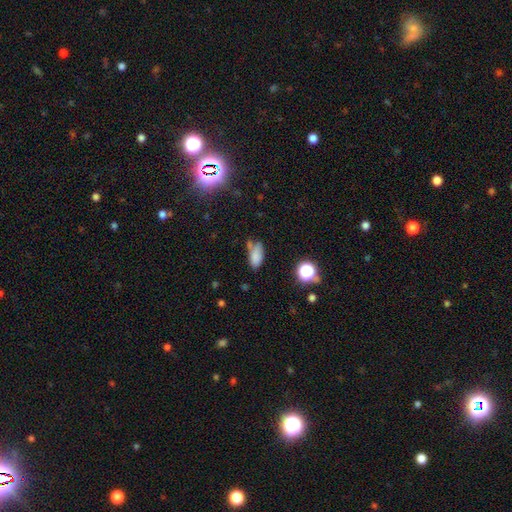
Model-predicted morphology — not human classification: type=smooth (78%); roundness=in between (87%); merging=none (51%).